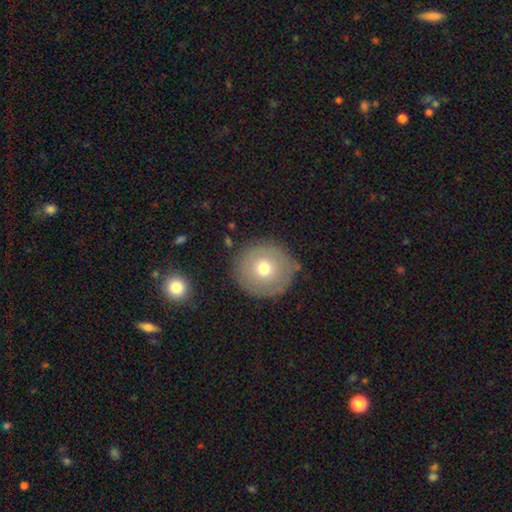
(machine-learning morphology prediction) smooth_or_featured: featured or disk (p=0.45) [alt: smooth p=0.36]
merging: none (p=0.86) [alt: minor disturbance p=0.09]